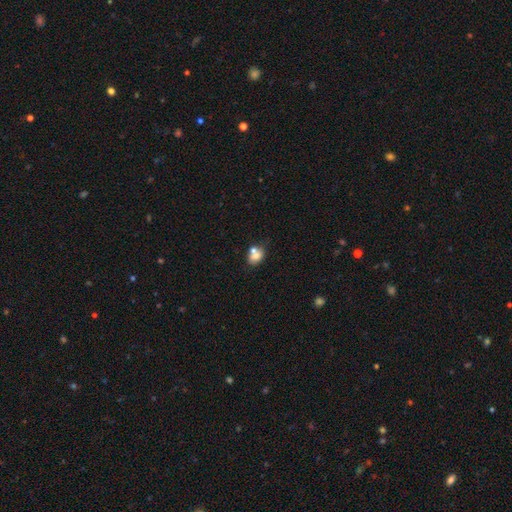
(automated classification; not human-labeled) Smooth or featured? Predicted: smooth (p=0.71). How rounded? Predicted: in between (p=0.68). Merging? Predicted: none (p=0.41).